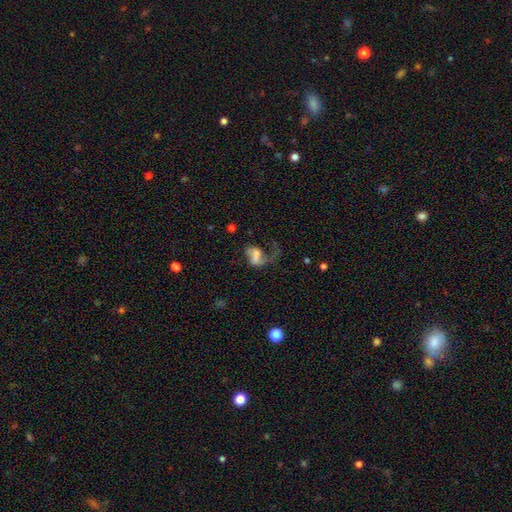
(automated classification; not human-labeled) This appears to be a featured or disk galaxy (55%) with no bar (49%), spiral arms (69%) and no central bulge (49%). Merging: major disturbance (57%).